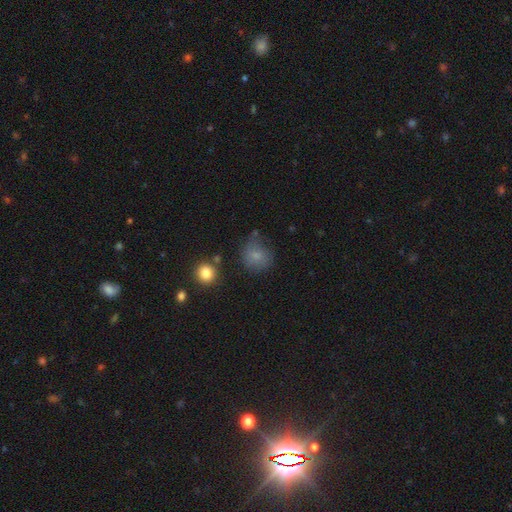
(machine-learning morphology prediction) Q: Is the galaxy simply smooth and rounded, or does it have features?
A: smooth — 76%.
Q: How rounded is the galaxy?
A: round — 80%.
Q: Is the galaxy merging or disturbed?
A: none — 57%.